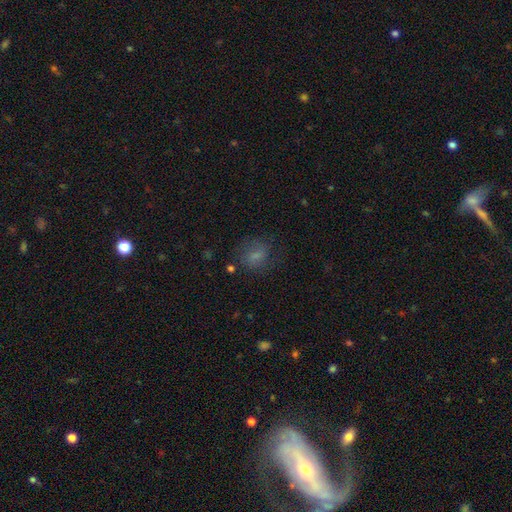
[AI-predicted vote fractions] A smooth galaxy with no disk features (67%) that is round (55%). Merging: none (66%).